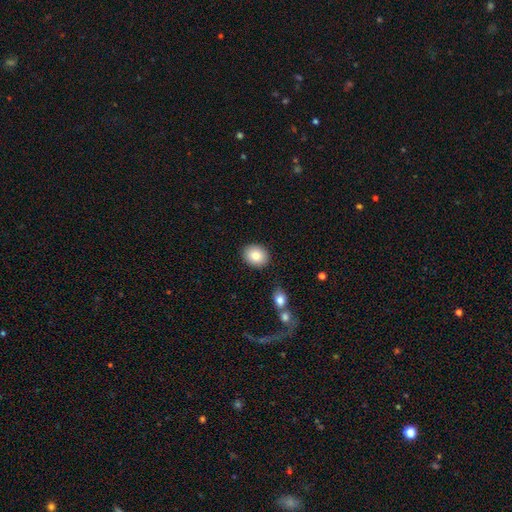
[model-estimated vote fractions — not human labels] Smooth or featured: smooth — 84% (featured or disk — 8%)
How rounded: round — 58% (in between — 41%)
Merging: none — 88% (minor disturbance — 8%)